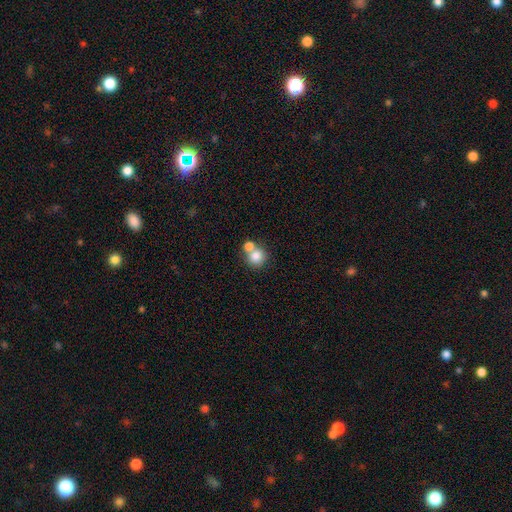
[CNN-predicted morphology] Smooth or featured? Predicted: smooth (p=0.80). How rounded? Predicted: round (p=0.86). Merging? Predicted: merger (p=0.48).